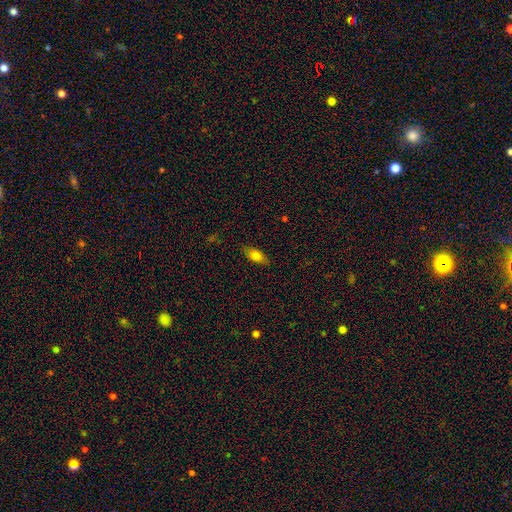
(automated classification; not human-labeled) Smooth or featured? Predicted: smooth (p=0.77). How rounded? Predicted: in between (p=0.83). Merging? Predicted: none (p=0.83).